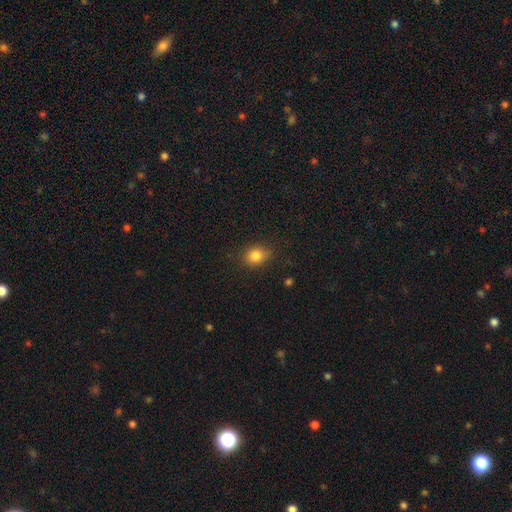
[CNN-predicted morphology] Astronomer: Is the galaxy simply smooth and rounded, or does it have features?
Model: smooth — 83%.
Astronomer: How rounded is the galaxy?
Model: round — 60% (runner-up: in between, 39%).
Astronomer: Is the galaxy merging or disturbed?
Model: none — 81%.